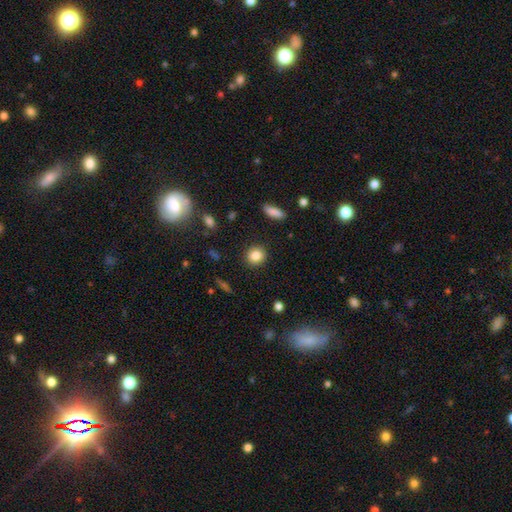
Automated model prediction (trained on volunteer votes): smooth-or-featured: smooth: 85% | star or artifact: 9% | featured or disk: 5%
  how-rounded: round: 82% | in between: 17% | cigar-shaped: 1%
  merging: none: 90% | minor disturbance: 6% | major disturbance: 2% | merger: 1%